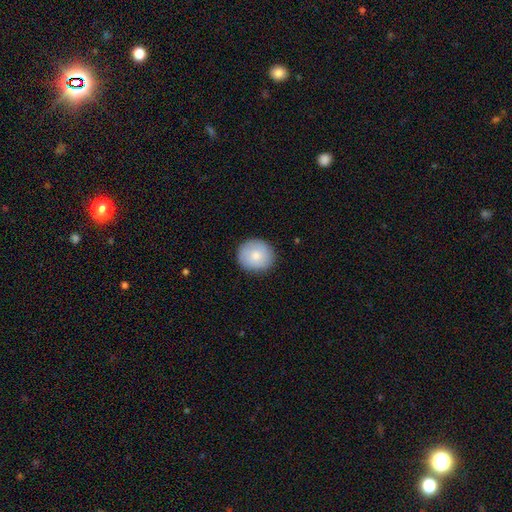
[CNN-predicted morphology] Overall: smooth (78%). How rounded: round (87%). Merging: none (88%).